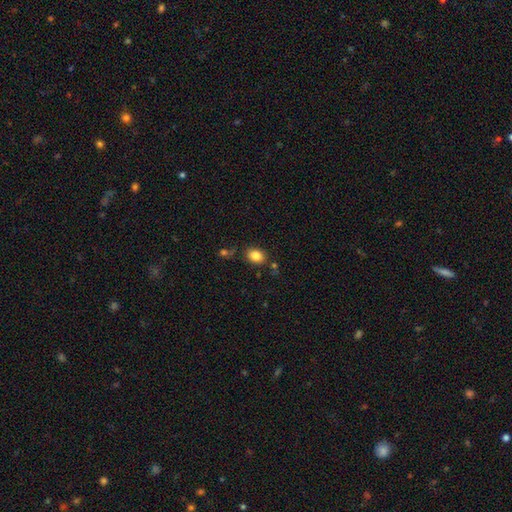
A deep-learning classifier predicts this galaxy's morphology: smooth 84%, star or artifact 10%, featured or disk 6%. Down the decision tree: how rounded — in between (62%); merging — none (79%).